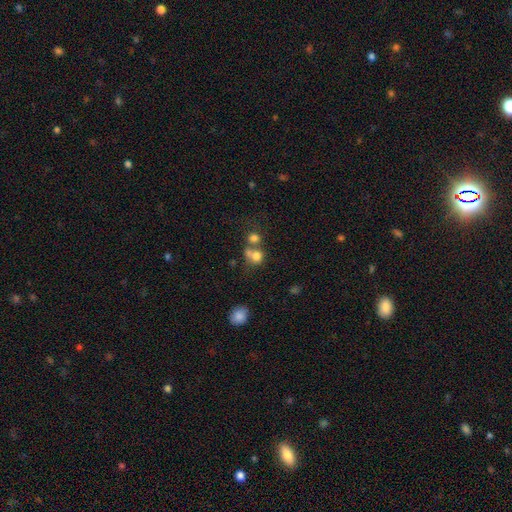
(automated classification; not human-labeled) Q: Smooth or featured?
A: smooth (75%); runner-up: star or artifact (13%)
Q: How rounded?
A: round (80%); runner-up: in between (19%)
Q: Merging?
A: merger (49%); runner-up: none (38%)